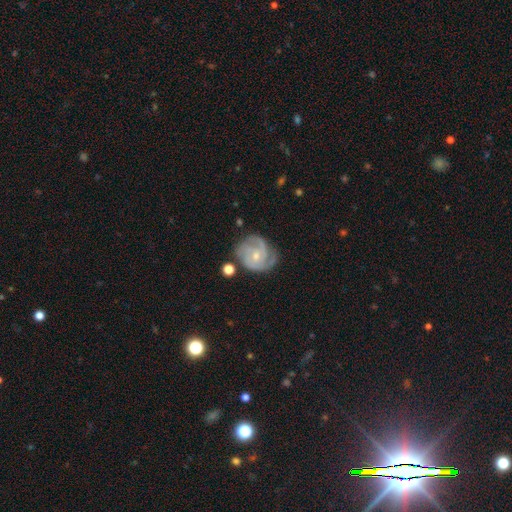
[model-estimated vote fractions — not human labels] Smooth or featured?
  - featured or disk: 81% *
  - smooth: 14%
  - star or artifact: 5%
Edge-on disk?
  - no: 98% *
  - yes: 2%
Bar?
  - no: 65% *
  - weak: 30%
  - strong: 4%
Spiral arms?
  - yes: 94% *
  - no: 6%
Spiral winding?
  - tight: 53% *
  - medium: 37%
  - loose: 9%
Spiral arm count?
  - 3: 36% *
  - 2: 29%
  - can't tell: 20%
  - 4: 6%
  - 1: 5%
  - more than 4: 4%
Bulge size?
  - small: 59% *
  - moderate: 36%
  - none: 3%
  - large: 1%
  - dominant: 1%
Merging?
  - none: 62% *
  - minor disturbance: 24%
  - major disturbance: 10%
  - merger: 4%